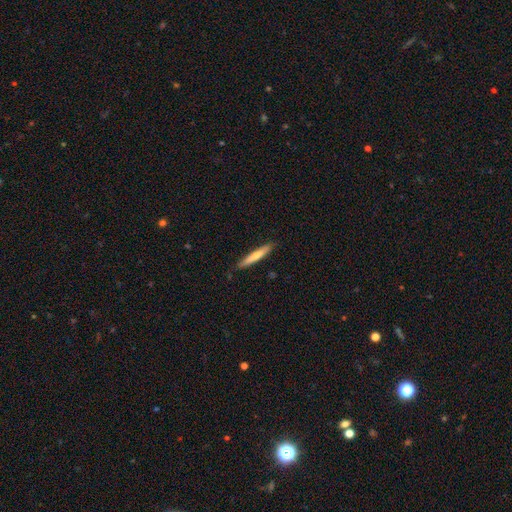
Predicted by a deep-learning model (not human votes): Morphology: type=smooth (64%); roundness=cigar-shaped (94%); merging=none (87%).